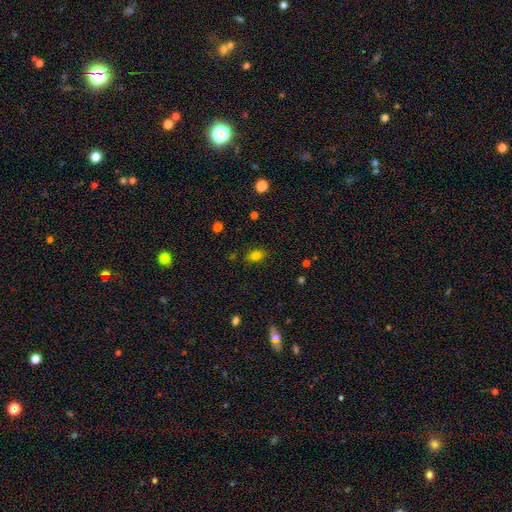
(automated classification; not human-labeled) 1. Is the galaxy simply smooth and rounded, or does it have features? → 80% smooth, 13% star or artifact, 7% featured or disk.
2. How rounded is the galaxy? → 79% in between, 19% round, 2% cigar-shaped.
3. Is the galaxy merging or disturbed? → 82% none, 13% minor disturbance, 3% major disturbance, 2% merger.